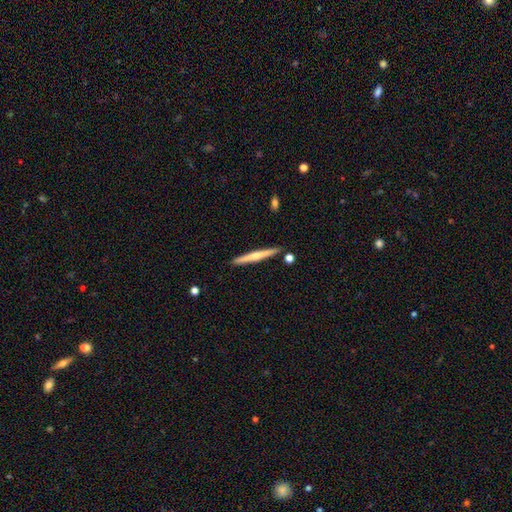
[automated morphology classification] This is possibly a featured or disk galaxy (48%). Merging: clearly none (89%).